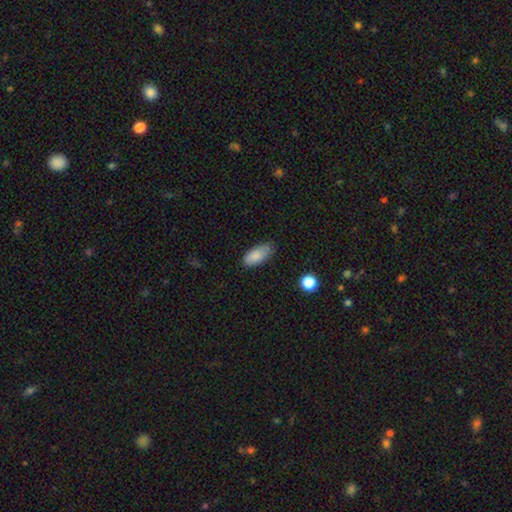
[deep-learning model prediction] This is clearly a smooth galaxy (85%). How rounded: clearly in between (89%). Merging: likely none (67%).